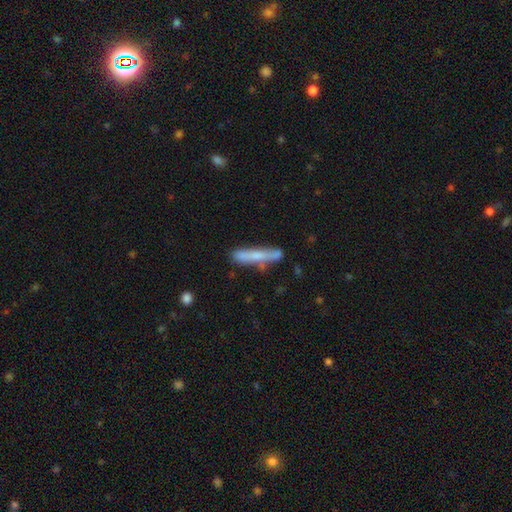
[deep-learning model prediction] Q: Smooth or featured?
A: smooth (59%); runner-up: featured or disk (35%)
Q: How rounded?
A: cigar-shaped (92%); runner-up: in between (7%)
Q: Merging?
A: none (73%); runner-up: minor disturbance (18%)